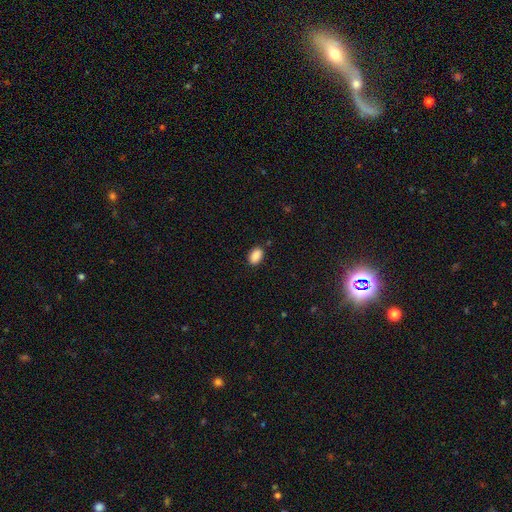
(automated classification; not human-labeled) Smooth or featured? smooth (89%)
How rounded? in between (91%)
Merging? none (87%)